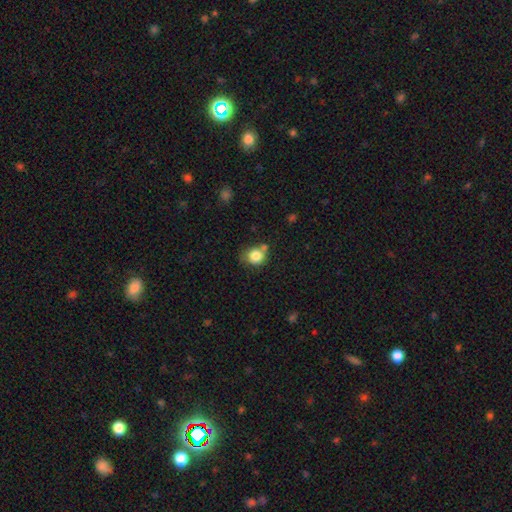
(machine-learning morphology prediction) A smooth galaxy with no disk features (82%) that is round (77%). Merging: none (57%).